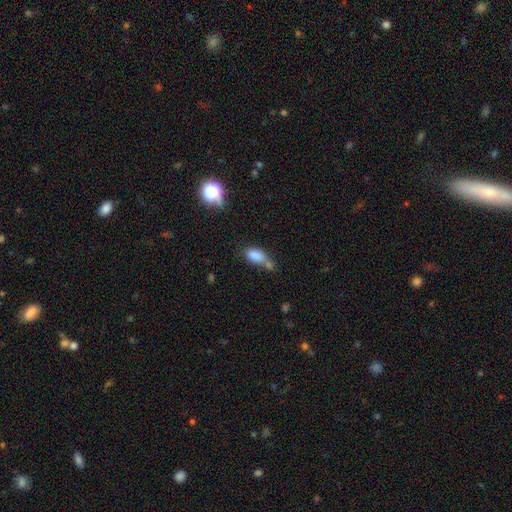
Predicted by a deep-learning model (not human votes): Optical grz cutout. It shows a smooth galaxy with no disk features (79%) that is in between round and cigar-shaped (86%). Merging: merger (34%).